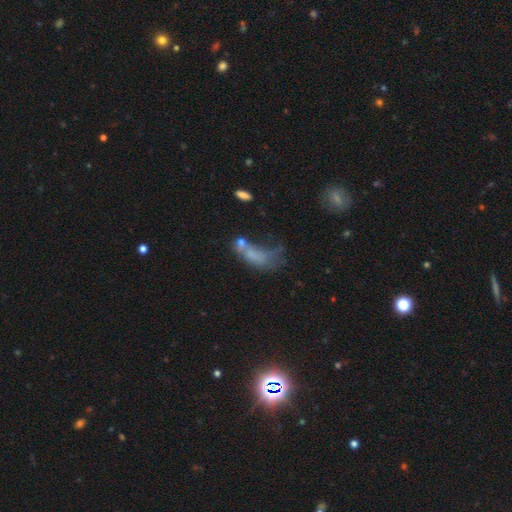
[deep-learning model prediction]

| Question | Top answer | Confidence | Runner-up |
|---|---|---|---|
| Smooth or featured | smooth | 55% | featured or disk (31%) |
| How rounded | in between | 75% | cigar-shaped (18%) |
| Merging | major disturbance | 40% | merger (30%) |